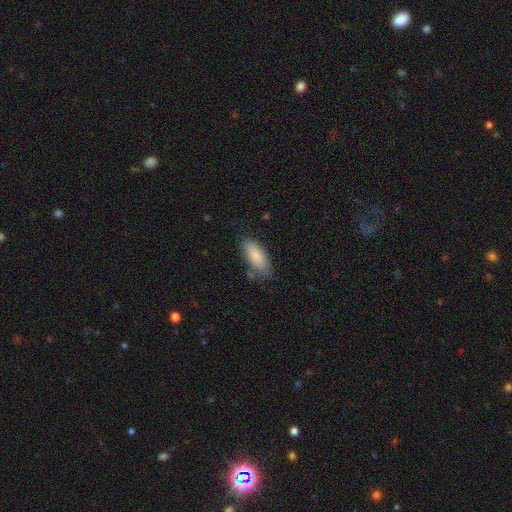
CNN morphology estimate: A smooth galaxy with no disk features (83%) that is in between round and cigar-shaped (79%).

Vote fractions:
- Smooth or featured? smooth: 83% / featured or disk: 10% / star or artifact: 7%
- How rounded? in between: 79% / cigar-shaped: 19% / round: 2%
- Merging? none: 73% / minor disturbance: 19% / major disturbance: 4% / merger: 4%